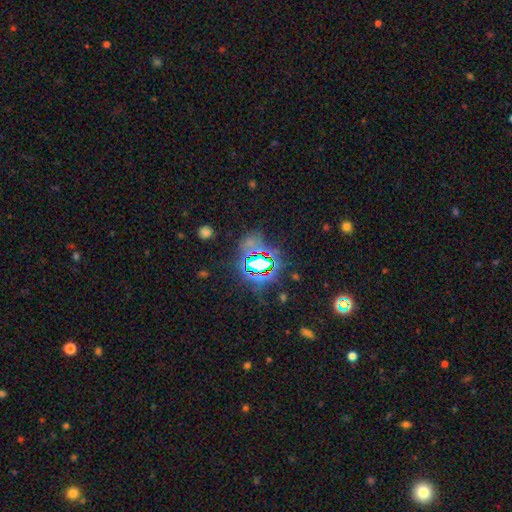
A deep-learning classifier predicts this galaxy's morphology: type=star or artifact (74%).